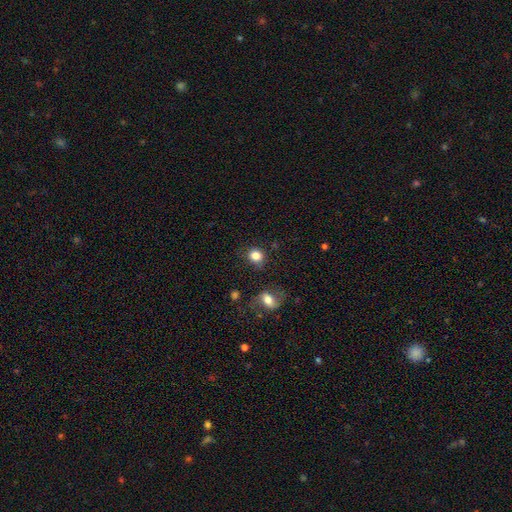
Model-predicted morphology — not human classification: This appears to be a smooth galaxy with no disk features (83%) that is round (78%). Merging: none (81%).